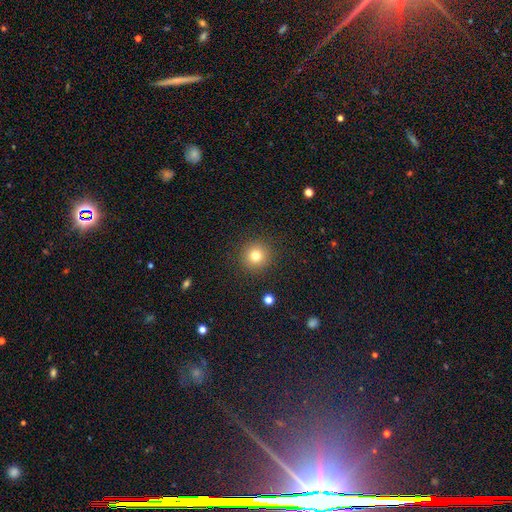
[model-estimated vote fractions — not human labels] Overall: smooth (78%). How rounded: round (95%). Merging: none (91%).